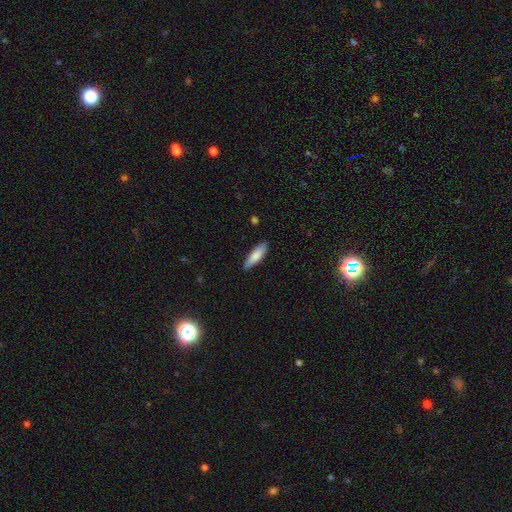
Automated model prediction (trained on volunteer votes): Smooth or featured? Predicted: smooth (p=0.82). How rounded? Predicted: cigar-shaped (p=0.59). Merging? Predicted: none (p=0.86).